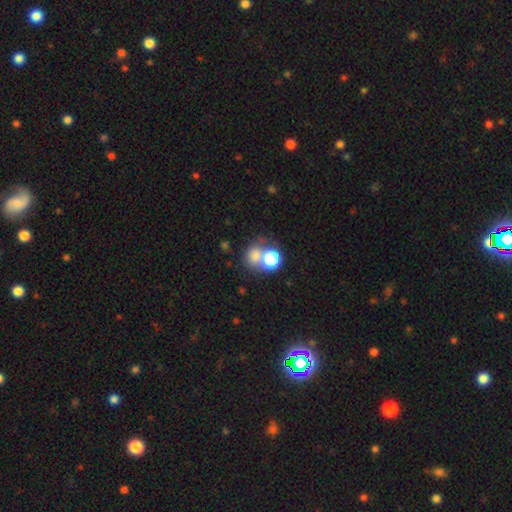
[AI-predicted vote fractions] This is likely a smooth galaxy (74%). How rounded: likely round (69%). Merging: possibly merger (53%).